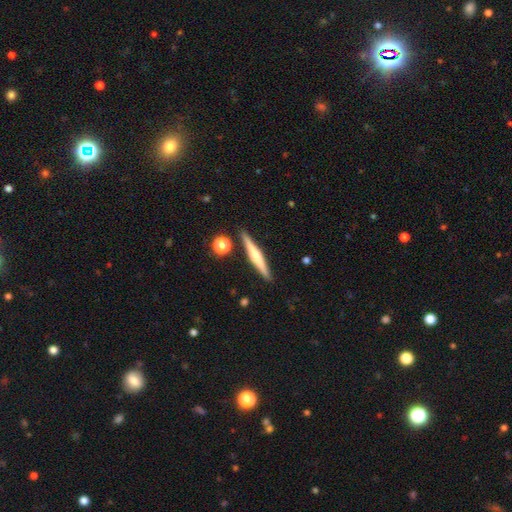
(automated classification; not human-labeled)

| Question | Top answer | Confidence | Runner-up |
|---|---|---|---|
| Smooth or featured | featured or disk | 62% | smooth (31%) |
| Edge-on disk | yes | 98% | no (2%) |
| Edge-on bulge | rounded | 82% | none (10%) |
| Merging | none | 90% | minor disturbance (7%) |